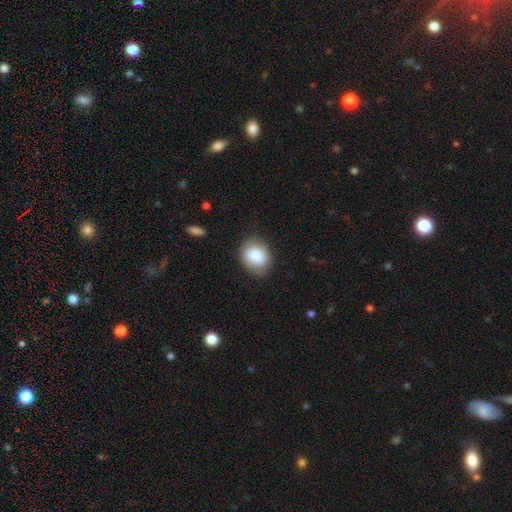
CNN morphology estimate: This appears to be a smooth galaxy with no disk features (86%) that is round (51%). Merging: none (75%).